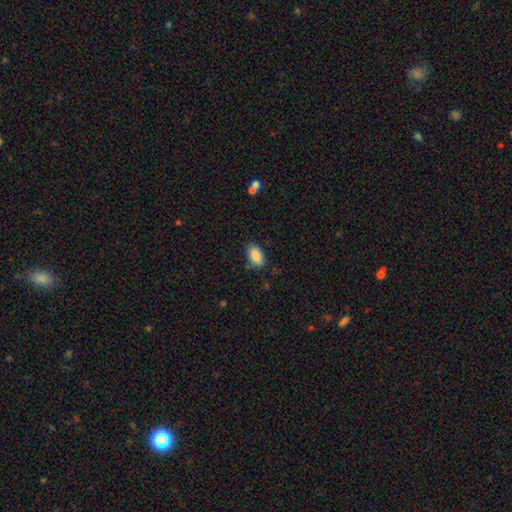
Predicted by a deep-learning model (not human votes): smooth_or_featured: smooth (p=0.88) [alt: star or artifact p=0.07]
how_rounded: in between (p=0.93) [alt: cigar-shaped p=0.04]
merging: none (p=0.80) [alt: minor disturbance p=0.14]